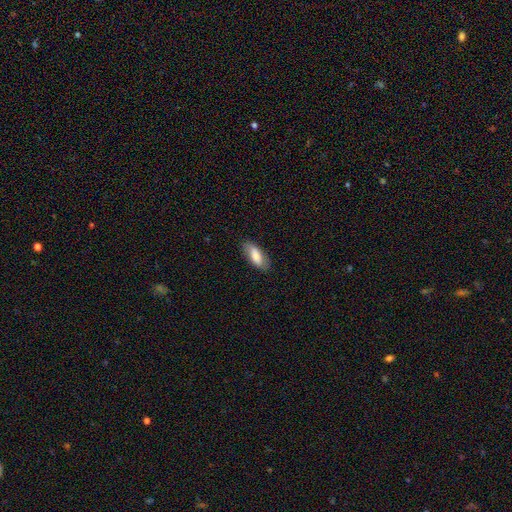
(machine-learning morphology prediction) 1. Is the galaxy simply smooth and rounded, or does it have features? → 73% smooth, 21% featured or disk, 6% star or artifact.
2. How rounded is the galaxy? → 81% in between, 17% cigar-shaped, 2% round.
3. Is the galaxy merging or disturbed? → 81% none, 15% minor disturbance, 3% major disturbance, 1% merger.